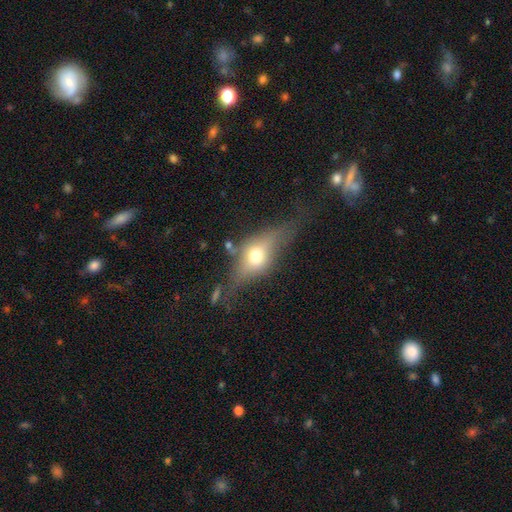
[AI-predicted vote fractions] smooth_or_featured: featured or disk (p=0.48) [alt: smooth p=0.43]
merging: none (p=0.55) [alt: minor disturbance p=0.23]